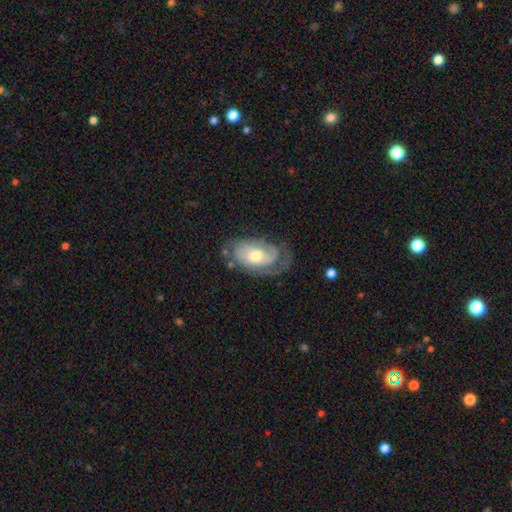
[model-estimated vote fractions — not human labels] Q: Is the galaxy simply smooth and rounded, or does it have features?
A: featured or disk — 73%.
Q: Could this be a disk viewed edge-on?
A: no — 94%.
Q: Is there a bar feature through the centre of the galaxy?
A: no — 63%.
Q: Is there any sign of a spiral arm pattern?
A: yes — 85%.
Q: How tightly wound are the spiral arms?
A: tight — 52%.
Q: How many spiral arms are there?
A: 1 — 36%.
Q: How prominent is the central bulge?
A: moderate — 67%.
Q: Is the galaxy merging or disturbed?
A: none — 54%.